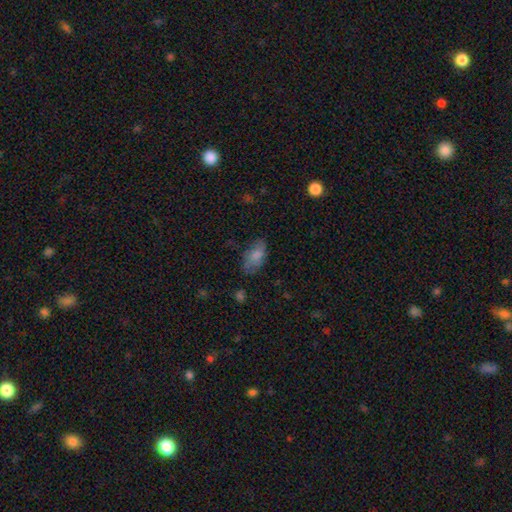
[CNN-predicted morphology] smooth_or_featured: smooth (p=0.76) [alt: featured or disk p=0.16]
how_rounded: in between (p=0.92) [alt: cigar-shaped p=0.04]
merging: none (p=0.61) [alt: minor disturbance p=0.27]